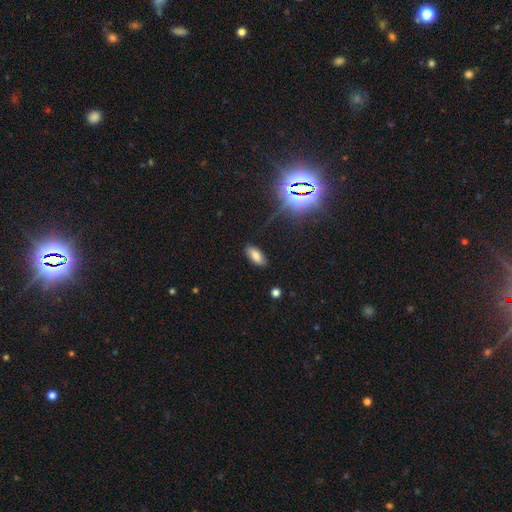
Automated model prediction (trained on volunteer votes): Smooth or featured? Predicted: smooth (p=0.75). How rounded? Predicted: in between (p=0.86). Merging? Predicted: none (p=0.85).